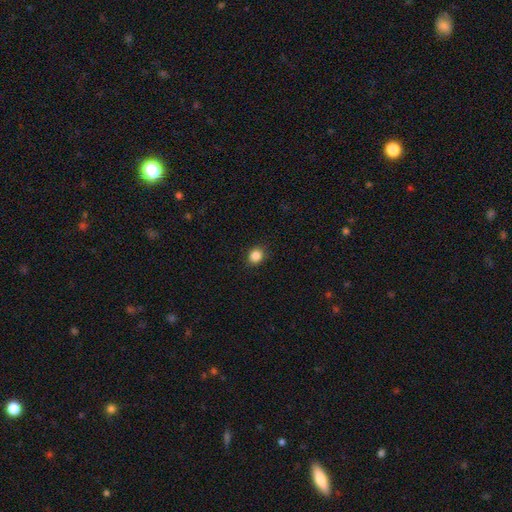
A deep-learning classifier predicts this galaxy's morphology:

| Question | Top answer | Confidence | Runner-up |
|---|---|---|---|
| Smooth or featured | smooth | 86% | star or artifact (11%) |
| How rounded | round | 72% | in between (27%) |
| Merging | none | 89% | minor disturbance (8%) |